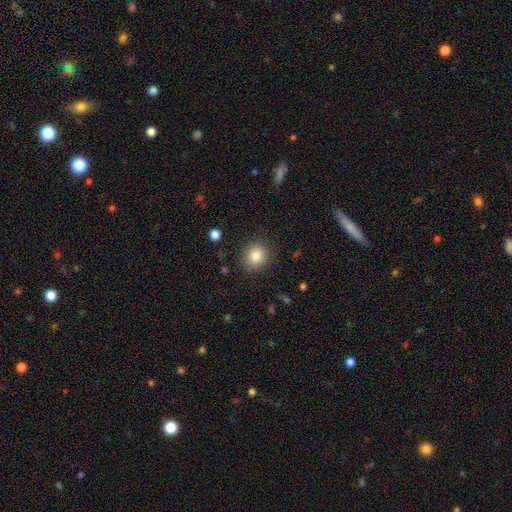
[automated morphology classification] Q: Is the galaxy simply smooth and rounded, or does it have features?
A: smooth — 82%.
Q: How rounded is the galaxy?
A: round — 86%.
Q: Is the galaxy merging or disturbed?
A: none — 88%.